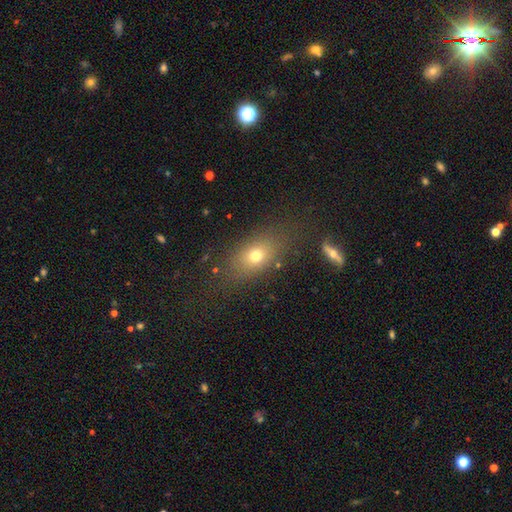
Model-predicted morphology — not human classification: type=smooth (70%); roundness=in between (73%); merging=none (77%).